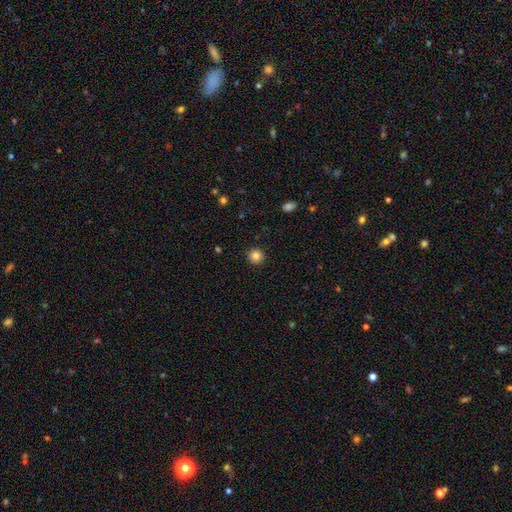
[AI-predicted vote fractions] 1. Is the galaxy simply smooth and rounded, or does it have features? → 85% smooth, 11% star or artifact, 5% featured or disk.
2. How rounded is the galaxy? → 94% round, 5% in between, 1% cigar-shaped.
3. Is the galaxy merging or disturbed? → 92% none, 5% minor disturbance, 2% major disturbance, 1% merger.